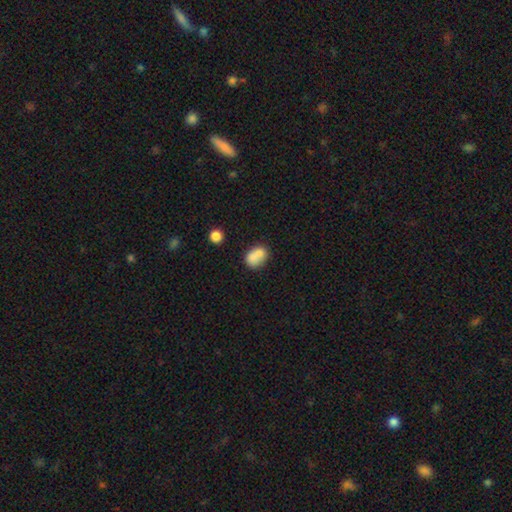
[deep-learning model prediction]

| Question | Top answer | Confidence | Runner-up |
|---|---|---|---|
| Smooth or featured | smooth | 76% | featured or disk (16%) |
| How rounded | in between | 67% | round (32%) |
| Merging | merger | 44% | none (37%) |